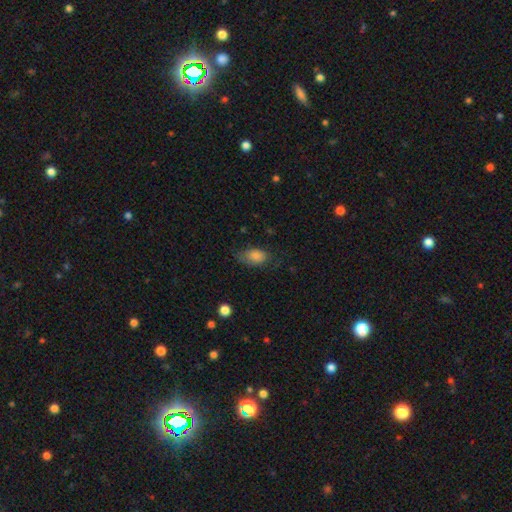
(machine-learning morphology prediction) This appears to be a smooth galaxy with no disk features (81%) that is in between round and cigar-shaped (87%). Merging: none (60%).